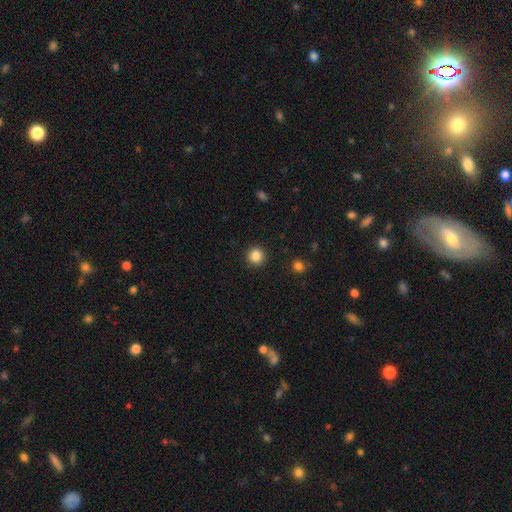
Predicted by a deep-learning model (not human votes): A smooth galaxy with no disk features (85%) that is round (95%).

Vote fractions:
- Smooth or featured? smooth: 85% / star or artifact: 11% / featured or disk: 4%
- How rounded? round: 95% / in between: 4% / cigar-shaped: 1%
- Merging? none: 92% / minor disturbance: 5% / major disturbance: 2% / merger: 1%